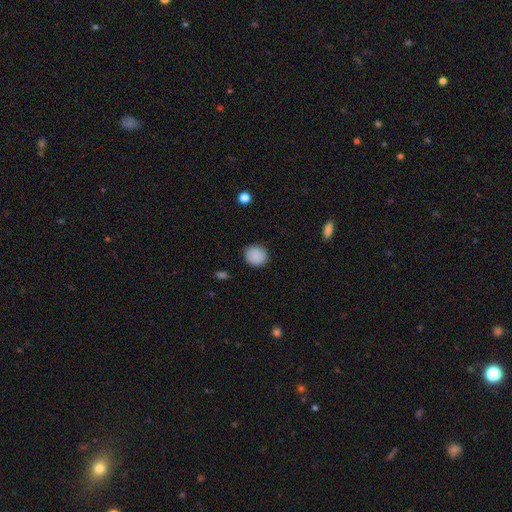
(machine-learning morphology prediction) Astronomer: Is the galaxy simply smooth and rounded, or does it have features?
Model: smooth — 88%.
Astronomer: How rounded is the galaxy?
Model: round — 86%.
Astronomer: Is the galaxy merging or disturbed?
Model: none — 89%.